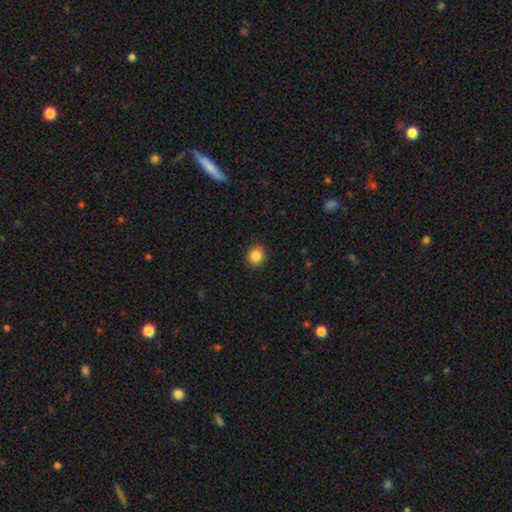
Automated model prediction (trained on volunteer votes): Smooth or featured? smooth (86%)
How rounded? round (88%)
Merging? none (91%)